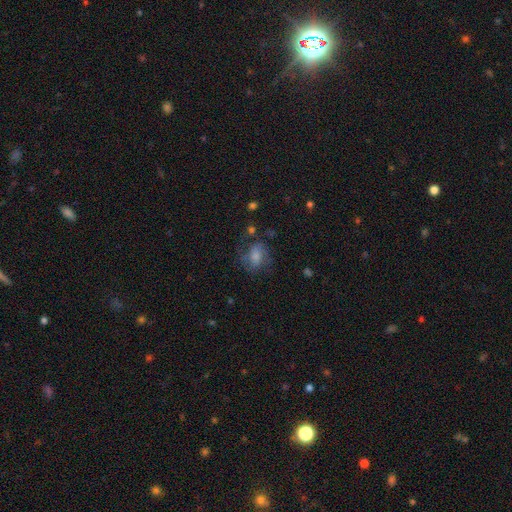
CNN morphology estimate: smooth_or_featured: smooth (p=0.45) [tied with: featured or disk p=0.45]
merging: none (p=0.53) [alt: minor disturbance p=0.23]